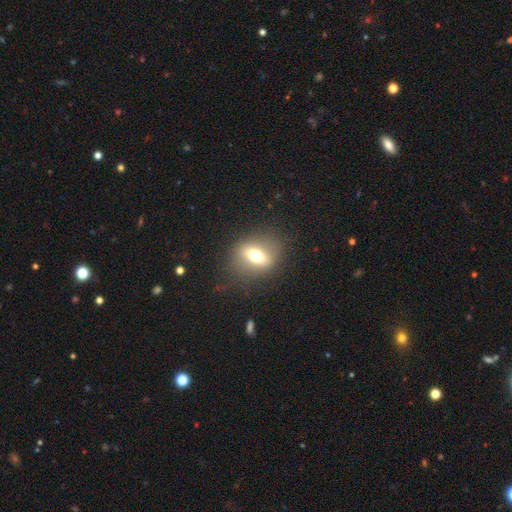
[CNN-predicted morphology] Smooth or featured?
  - smooth: 59% *
  - featured or disk: 30%
  - star or artifact: 12%
How rounded?
  - in between: 55% *
  - round: 40%
  - cigar-shaped: 4%
Merging?
  - none: 79% *
  - minor disturbance: 13%
  - major disturbance: 7%
  - merger: 1%